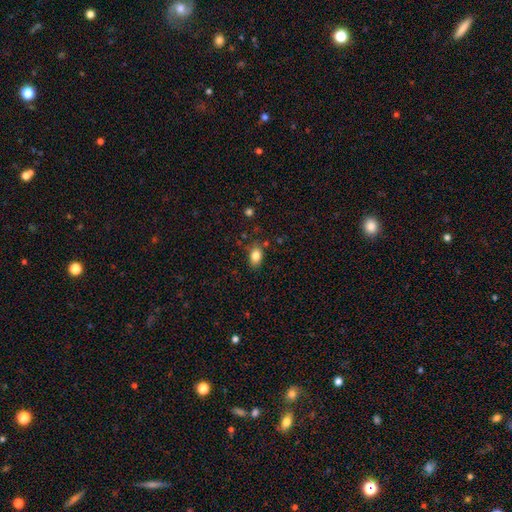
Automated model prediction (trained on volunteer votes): The model was most divided on "merging": none: 79%, minor disturbance: 15%, major disturbance: 3%, merger: 3%. More confident: how rounded — in between (84%); smooth or featured — smooth (83%).